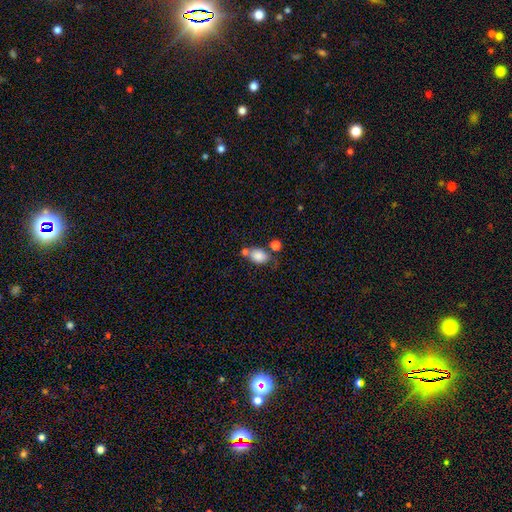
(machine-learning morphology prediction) type=smooth (82%); roundness=in between (75%); merging=none (48%).